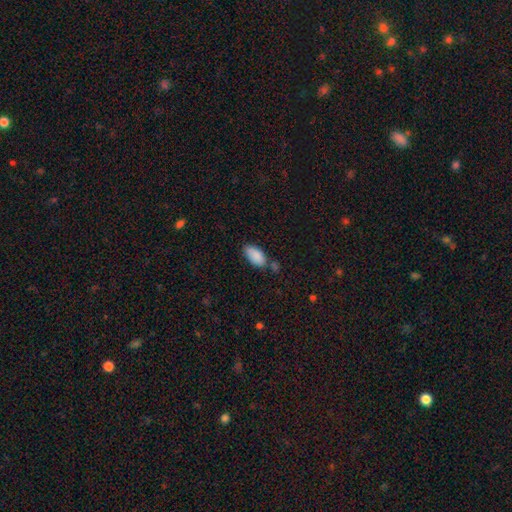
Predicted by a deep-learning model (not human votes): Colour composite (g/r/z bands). It shows a smooth galaxy with no disk features (88%) that is in between round and cigar-shaped (94%). Merging: none (61%).